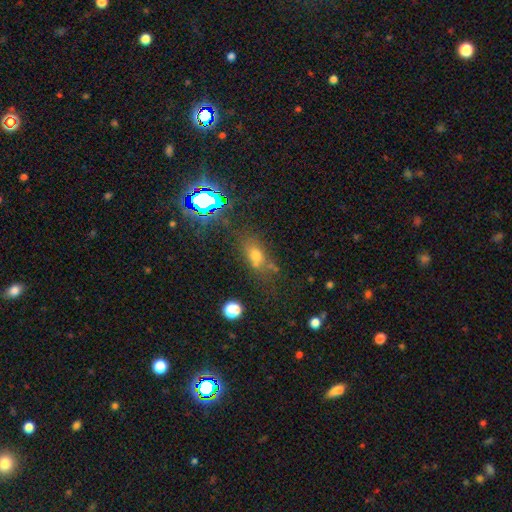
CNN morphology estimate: smooth-or-featured: smooth: 60% | star or artifact: 26% | featured or disk: 14%
  how-rounded: in between: 66% | round: 24% | cigar-shaped: 10%
  merging: none: 61% | minor disturbance: 19% | major disturbance: 10% | merger: 10%